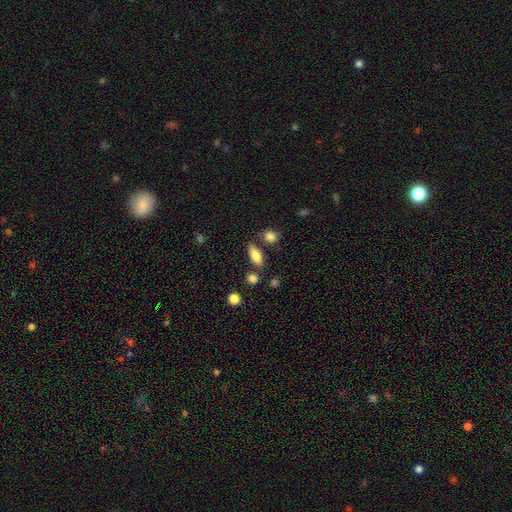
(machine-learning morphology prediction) A smooth galaxy with no disk features (80%) that is in between round and cigar-shaped (77%). Merging: none (73%).